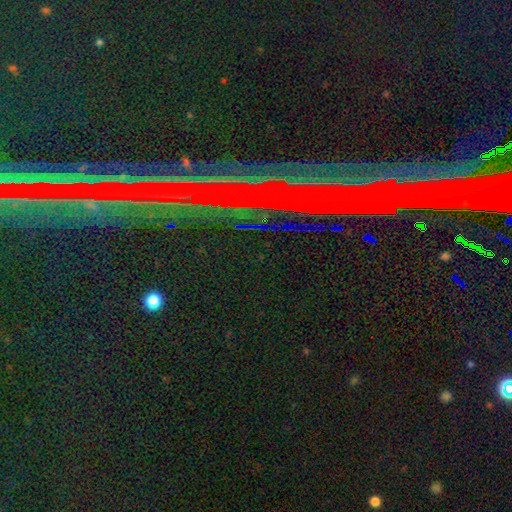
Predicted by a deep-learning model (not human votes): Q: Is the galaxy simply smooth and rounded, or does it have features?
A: star or artifact — 81%.